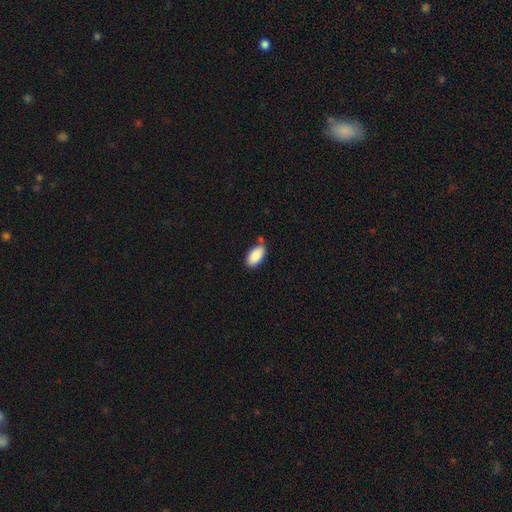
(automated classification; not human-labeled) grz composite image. It shows a smooth galaxy with no disk features (87%) that is in between round and cigar-shaped (93%). Merging: none (75%).